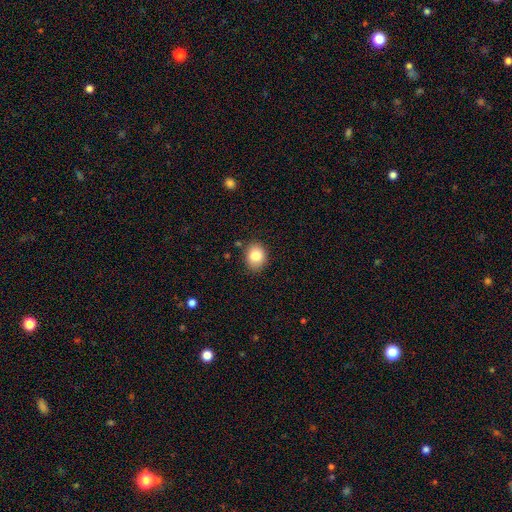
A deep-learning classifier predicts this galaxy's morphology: smooth 85%, star or artifact 9%, featured or disk 6%. Down the decision tree: how rounded — in between (54%); merging — none (82%).